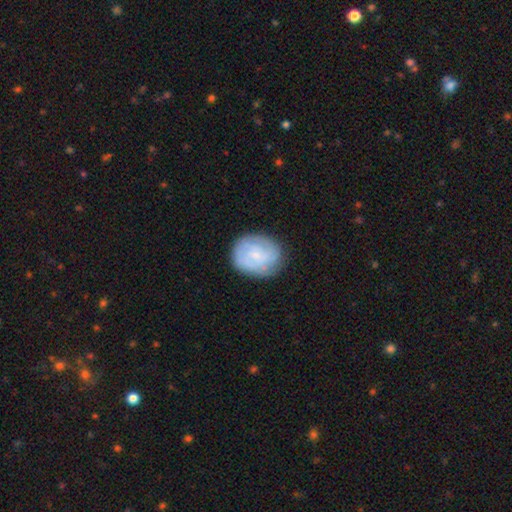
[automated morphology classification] type=smooth (47%); merging=none (76%).